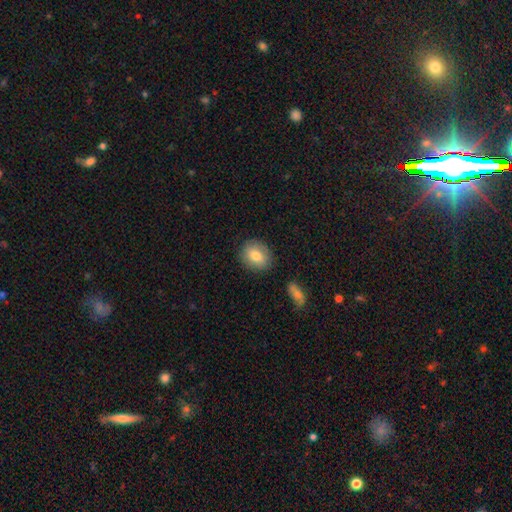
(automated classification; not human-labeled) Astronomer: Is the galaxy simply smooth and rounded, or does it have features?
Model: smooth — 80%.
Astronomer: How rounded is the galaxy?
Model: round — 56% (runner-up: in between, 43%).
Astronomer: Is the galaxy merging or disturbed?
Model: none — 84%.